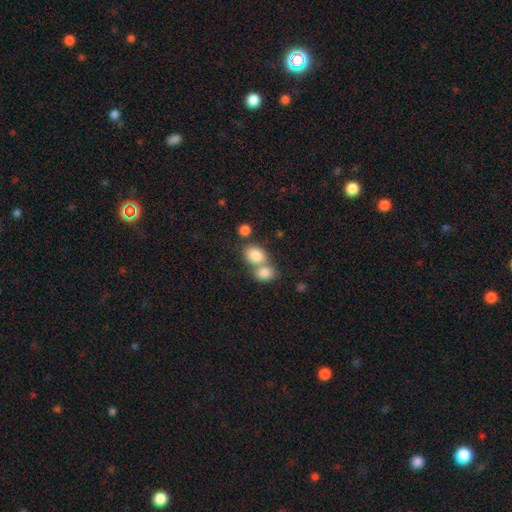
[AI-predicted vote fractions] This appears to be a smooth galaxy with no disk features (84%) that is in between round and cigar-shaped (65%). Merging: merger (57%).